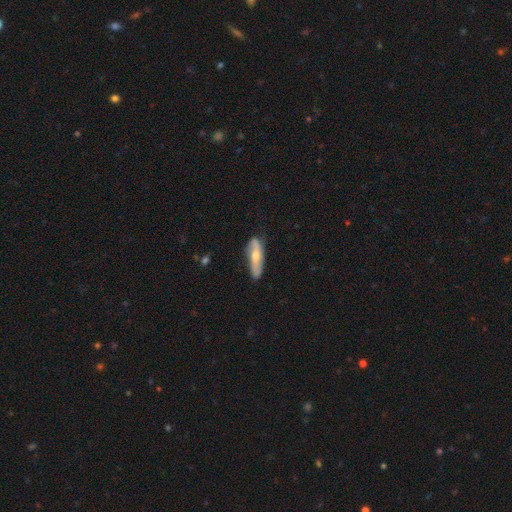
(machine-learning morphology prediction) featured or disk 49%, smooth 45%, star or artifact 6%. Down the decision tree: merging — none (70%).